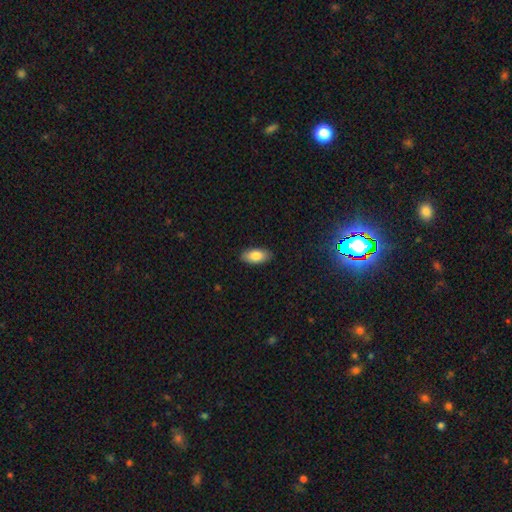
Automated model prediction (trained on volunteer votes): Overall: smooth (83%). How rounded: in between (92%). Merging: none (89%).